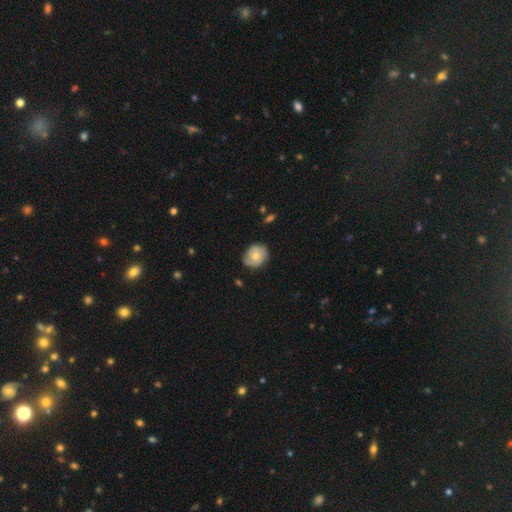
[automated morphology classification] A featured or disk galaxy (54%) with no bar (80%), spiral arms (75%) and a moderate central bulge (69%).

Vote fractions:
- Smooth or featured? featured or disk: 54% / smooth: 40% / star or artifact: 6%
- Edge-on disk? no: 96% / yes: 4%
- Bar? no: 80% / weak: 18% / strong: 3%
- Spiral arms? yes: 75% / no: 25%
- Bulge size? moderate: 69% / small: 26% / large: 3% / none: 1% / dominant: 1%
- Merging? none: 73% / minor disturbance: 21% / major disturbance: 5% / merger: 1%